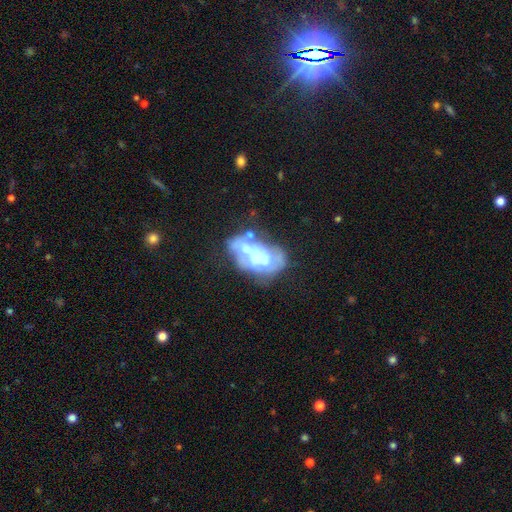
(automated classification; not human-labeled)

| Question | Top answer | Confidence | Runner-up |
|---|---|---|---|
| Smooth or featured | featured or disk | 66% | smooth (24%) |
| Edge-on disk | no | 97% | yes (3%) |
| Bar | no | 80% | weak (14%) |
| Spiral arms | no | 75% | yes (25%) |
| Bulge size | moderate | 41% | small (20%) |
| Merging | merger | 39% | none (23%) |